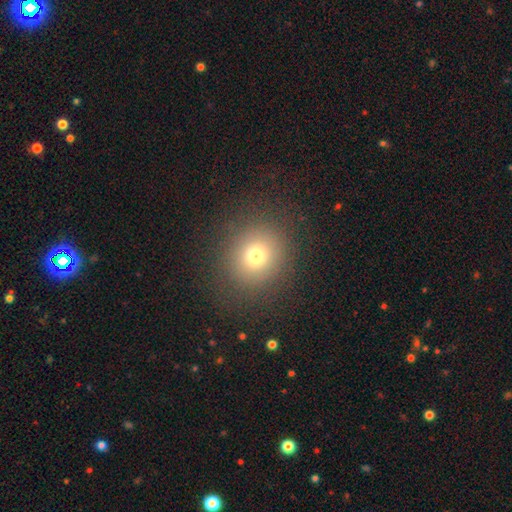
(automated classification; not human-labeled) smooth-or-featured: smooth: 73% | star or artifact: 17% | featured or disk: 10%
  how-rounded: round: 86% | in between: 13% | cigar-shaped: 1%
  merging: none: 86% | minor disturbance: 8% | major disturbance: 5% | merger: 1%